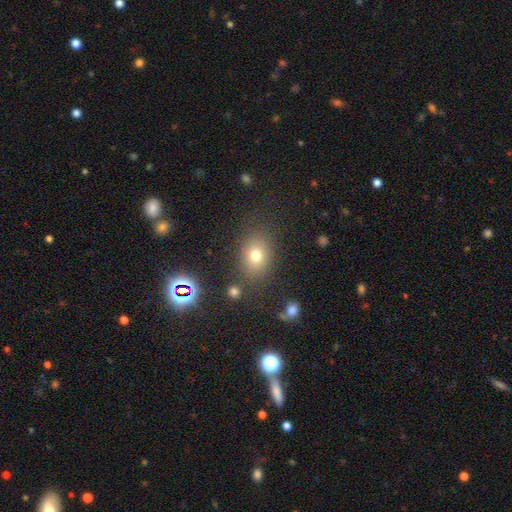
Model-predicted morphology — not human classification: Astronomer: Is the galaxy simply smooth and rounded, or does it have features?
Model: smooth — 74%.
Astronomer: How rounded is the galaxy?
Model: in between — 61% (runner-up: round, 37%).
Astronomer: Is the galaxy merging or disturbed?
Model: none — 79%.